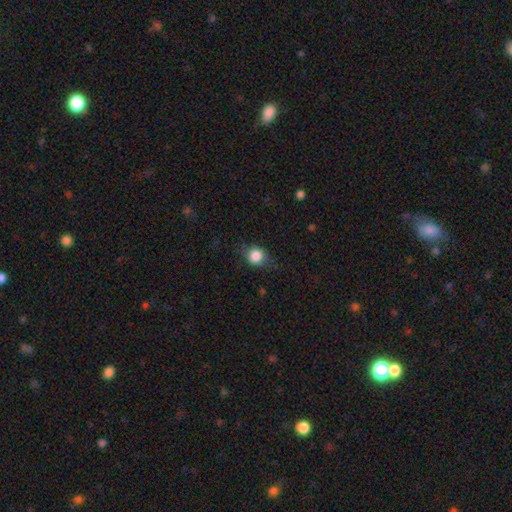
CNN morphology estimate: Q: Smooth or featured?
A: smooth (77%); runner-up: featured or disk (13%)
Q: How rounded?
A: round (75%); runner-up: in between (24%)
Q: Merging?
A: none (71%); runner-up: minor disturbance (21%)